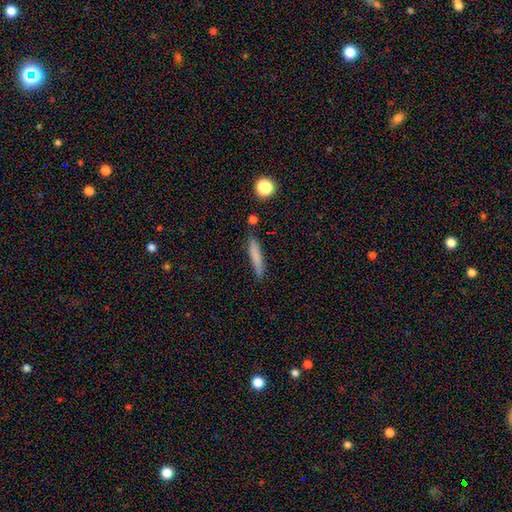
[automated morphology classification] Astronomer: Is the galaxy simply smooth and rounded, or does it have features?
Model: smooth — 77%.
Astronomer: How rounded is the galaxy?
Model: cigar-shaped — 91%.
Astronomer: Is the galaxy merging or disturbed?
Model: none — 82%.